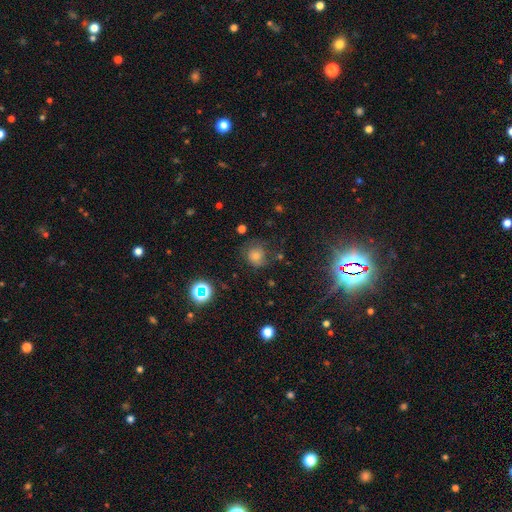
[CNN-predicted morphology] Smooth or featured? smooth (49%)
Merging? none (69%)